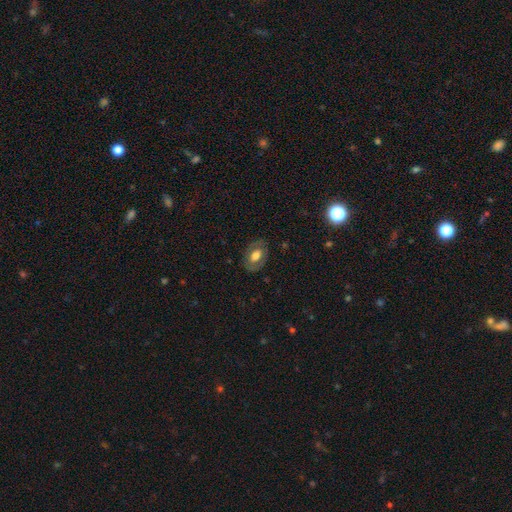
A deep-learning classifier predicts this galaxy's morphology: The model was most divided on "smooth or featured": smooth: 53%, featured or disk: 40%, star or artifact: 7%. More confident: how rounded — in between (82%); merging — none (80%).